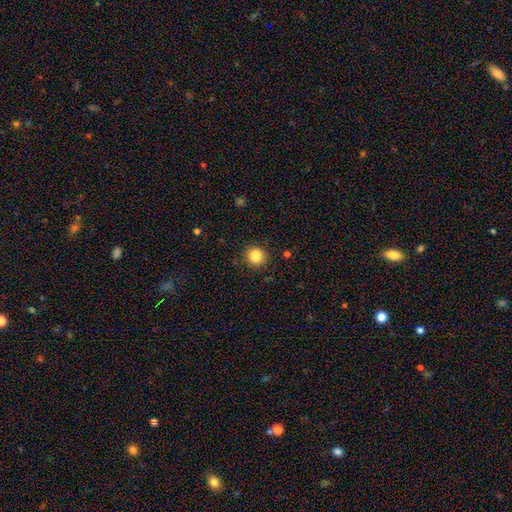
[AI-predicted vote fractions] Smooth or featured? smooth (85%)
How rounded? round (90%)
Merging? none (88%)